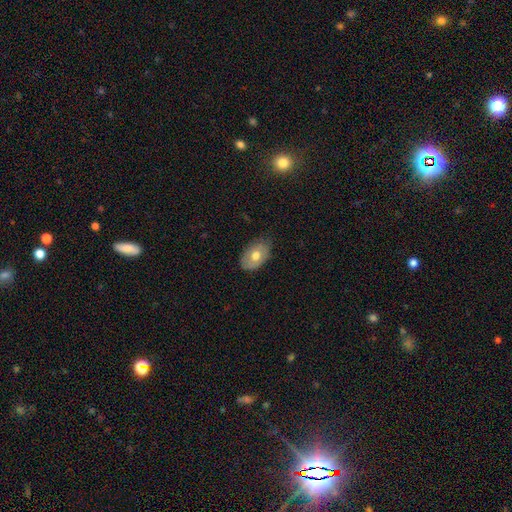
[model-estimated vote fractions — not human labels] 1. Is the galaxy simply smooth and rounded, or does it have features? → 65% smooth, 28% featured or disk, 7% star or artifact.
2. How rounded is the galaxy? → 87% in between, 11% round, 1% cigar-shaped.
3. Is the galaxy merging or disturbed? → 71% none, 23% minor disturbance, 4% major disturbance, 1% merger.